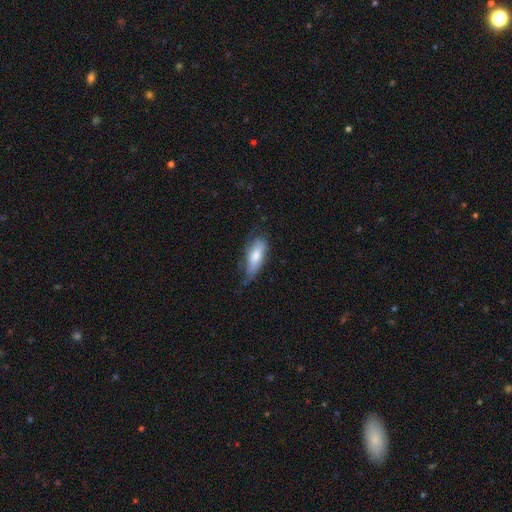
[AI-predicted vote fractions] smooth-or-featured: smooth: 68% | featured or disk: 26% | star or artifact: 6%
  how-rounded: in between: 74% | cigar-shaped: 24% | round: 2%
  merging: none: 47% | minor disturbance: 36% | major disturbance: 15% | merger: 2%